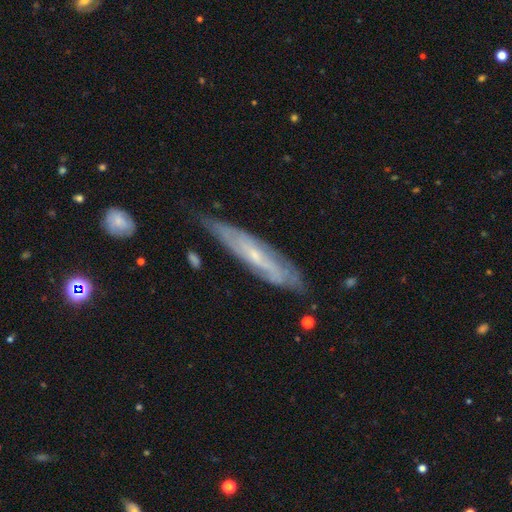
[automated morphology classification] featured or disk 69%, smooth 24%, star or artifact 7%. Down the decision tree: edge-on disk — yes (50%, tied with no); merging — none (71%).